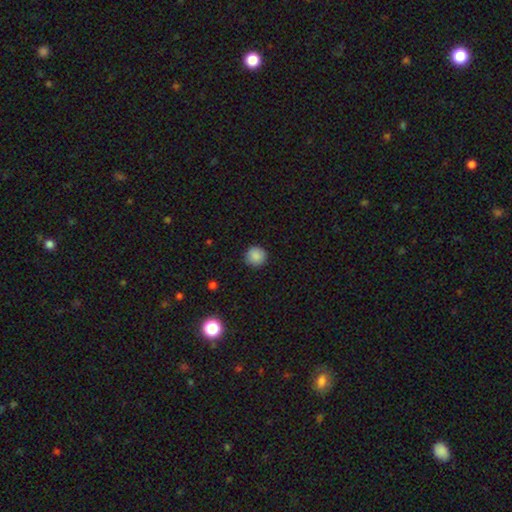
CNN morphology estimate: A smooth galaxy with no disk features (87%) that is round (95%).

Vote fractions:
- Smooth or featured? smooth: 87% / star or artifact: 9% / featured or disk: 4%
- How rounded? round: 95% / in between: 4% / cigar-shaped: 1%
- Merging? none: 91% / minor disturbance: 6% / major disturbance: 2% / merger: 1%